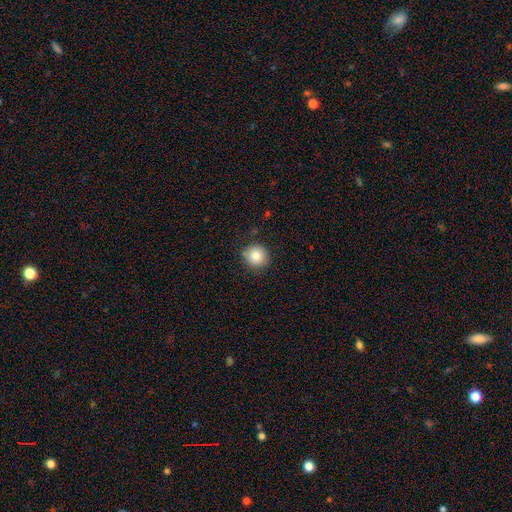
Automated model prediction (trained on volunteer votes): This is clearly a smooth galaxy (83%). How rounded: clearly round (93%). Merging: clearly none (86%).